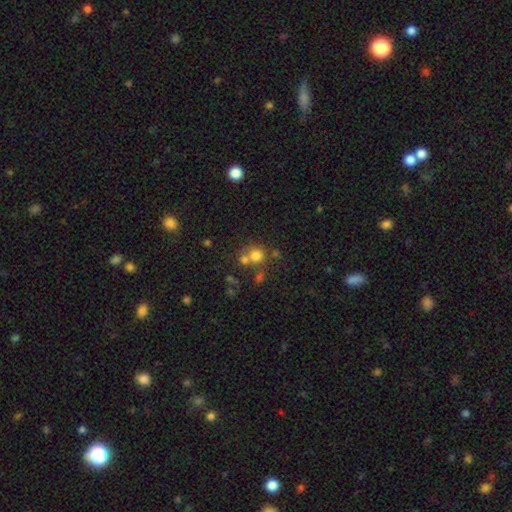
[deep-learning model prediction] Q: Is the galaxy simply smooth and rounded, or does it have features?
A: smooth — 72%.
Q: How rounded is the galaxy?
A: round — 85%.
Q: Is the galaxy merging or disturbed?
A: none — 51%.